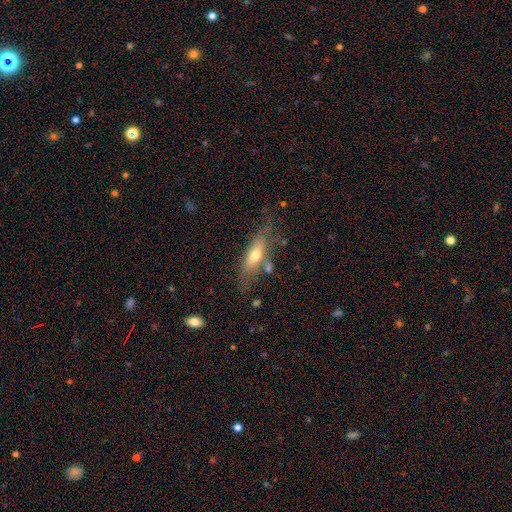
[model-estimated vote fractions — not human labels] A smooth galaxy with no disk features (55%) that is in between round and cigar-shaped (51%). Merging: none (58%).